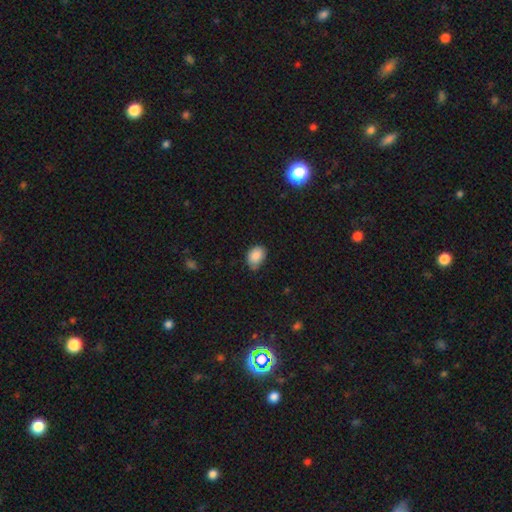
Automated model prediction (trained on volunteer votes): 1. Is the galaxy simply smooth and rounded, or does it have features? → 87% smooth, 8% star or artifact, 5% featured or disk.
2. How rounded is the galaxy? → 77% in between, 22% round, 1% cigar-shaped.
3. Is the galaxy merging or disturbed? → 64% none, 30% minor disturbance, 4% major disturbance, 1% merger.